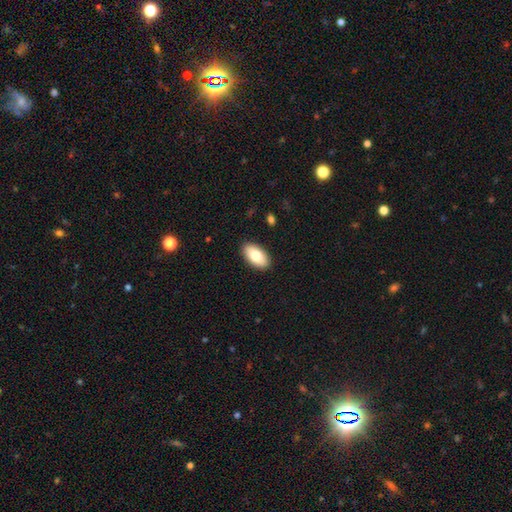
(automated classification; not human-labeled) Overall: smooth (79%). How rounded: in between (94%). Merging: none (90%).